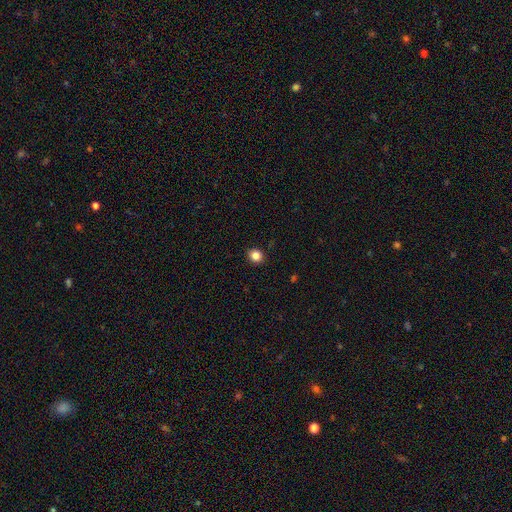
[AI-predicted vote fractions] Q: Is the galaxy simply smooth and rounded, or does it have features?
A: smooth — 84%.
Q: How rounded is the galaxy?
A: round — 77%.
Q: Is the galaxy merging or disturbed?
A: none — 91%.